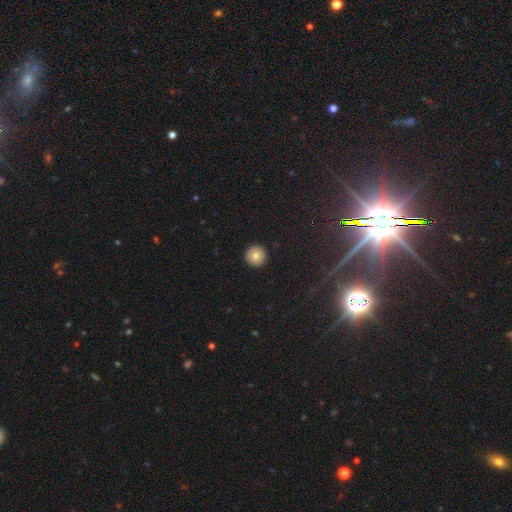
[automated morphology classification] Smooth or featured? smooth (79%)
How rounded? round (96%)
Merging? none (93%)